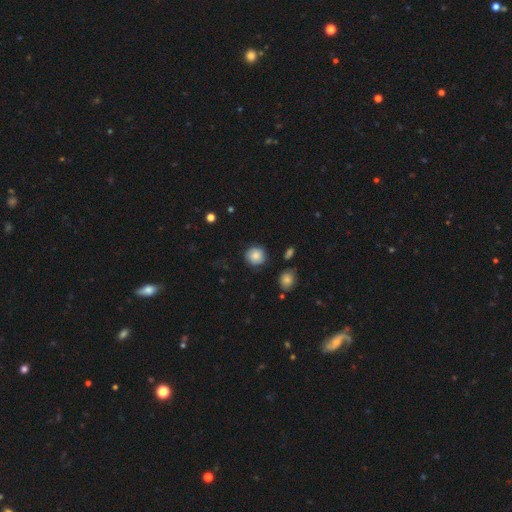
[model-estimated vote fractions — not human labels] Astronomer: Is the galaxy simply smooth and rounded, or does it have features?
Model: smooth — 81%.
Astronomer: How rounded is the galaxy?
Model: round — 91%.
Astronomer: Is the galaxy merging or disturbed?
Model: none — 81%.